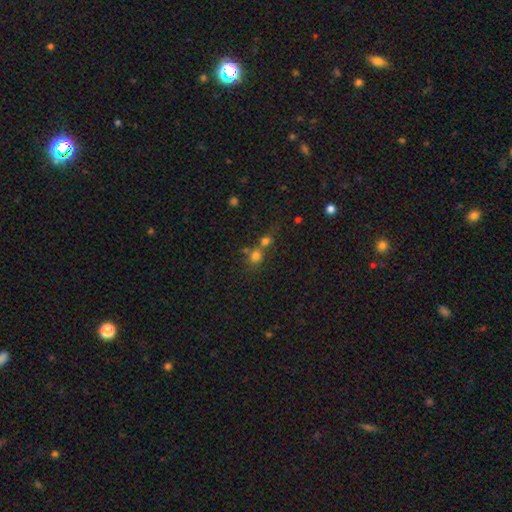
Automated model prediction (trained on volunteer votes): Q: Smooth or featured?
A: smooth (73%); runner-up: star or artifact (18%)
Q: How rounded?
A: round (81%); runner-up: in between (18%)
Q: Merging?
A: merger (46%); runner-up: none (42%)